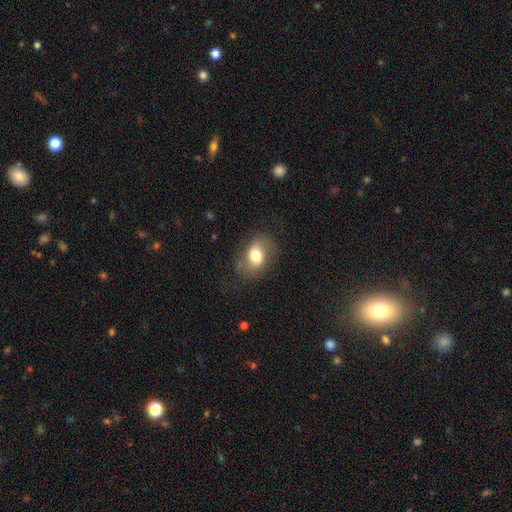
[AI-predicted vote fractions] Smooth or featured? Predicted: smooth (p=0.64). How rounded? Predicted: in between (p=0.76). Merging? Predicted: none (p=0.66).